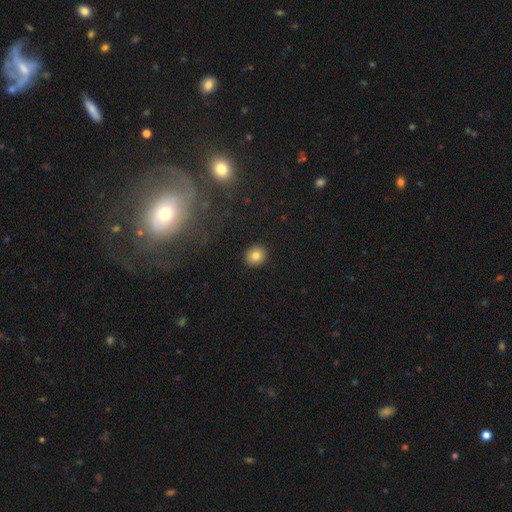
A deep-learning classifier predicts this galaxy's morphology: Overall: smooth (81%). How rounded: round (78%). Merging: none (91%).